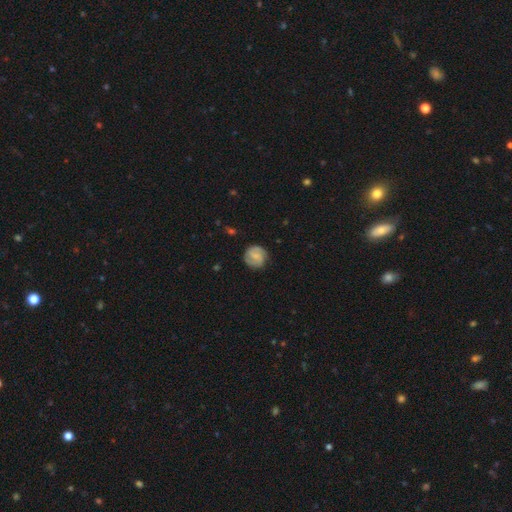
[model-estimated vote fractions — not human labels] A smooth galaxy with no disk features (48%). Merging: none (82%).